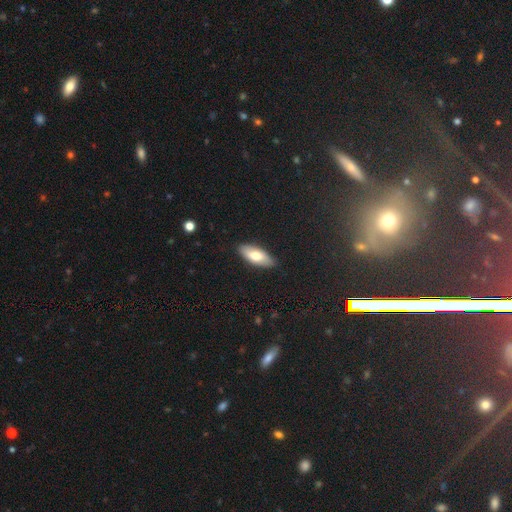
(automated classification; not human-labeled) smooth-or-featured: smooth: 71% | featured or disk: 23% | star or artifact: 6%
  how-rounded: in between: 81% | cigar-shaped: 17% | round: 2%
  merging: none: 86% | minor disturbance: 11% | major disturbance: 2% | merger: 1%